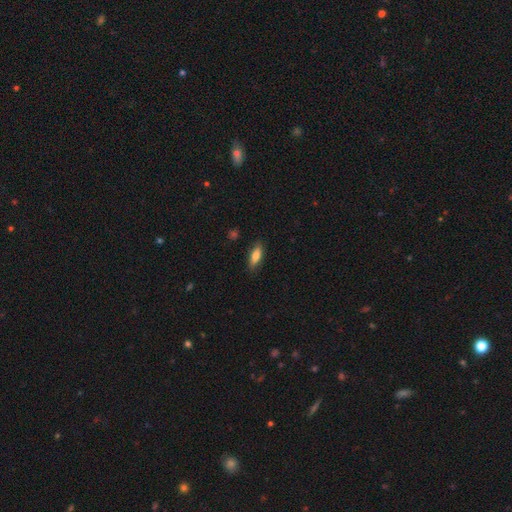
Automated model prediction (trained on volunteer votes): smooth_or_featured: smooth (p=0.78) [alt: featured or disk p=0.15]
how_rounded: in between (p=0.64) [alt: cigar-shaped p=0.34]
merging: none (p=0.84) [alt: minor disturbance p=0.13]